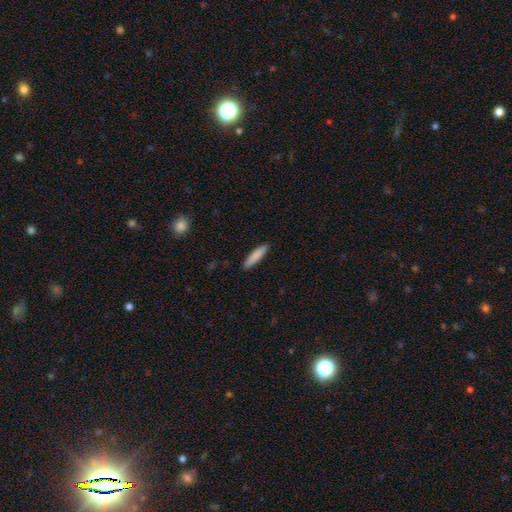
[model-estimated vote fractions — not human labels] This is clearly a smooth galaxy (85%). How rounded: clearly cigar-shaped (85%). Merging: clearly none (90%).